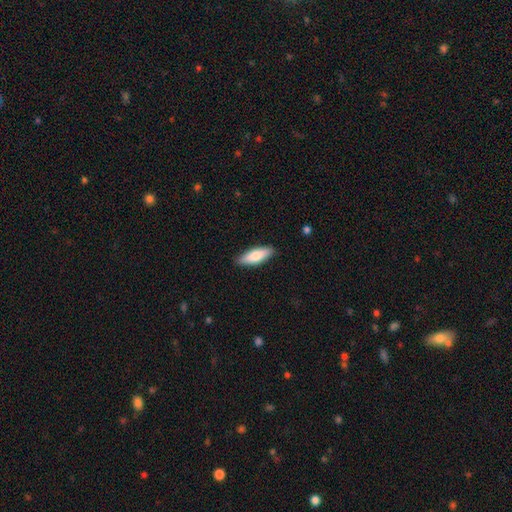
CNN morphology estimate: Smooth or featured? Predicted: smooth (p=0.74). How rounded? Predicted: in between (p=0.60). Merging? Predicted: none (p=0.88).